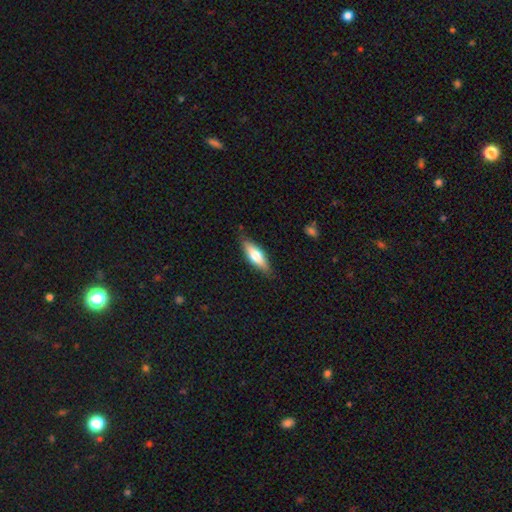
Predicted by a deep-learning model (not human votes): Smooth or featured? Predicted: smooth (p=0.60). How rounded? Predicted: in between (p=0.53). Merging? Predicted: none (p=0.84).